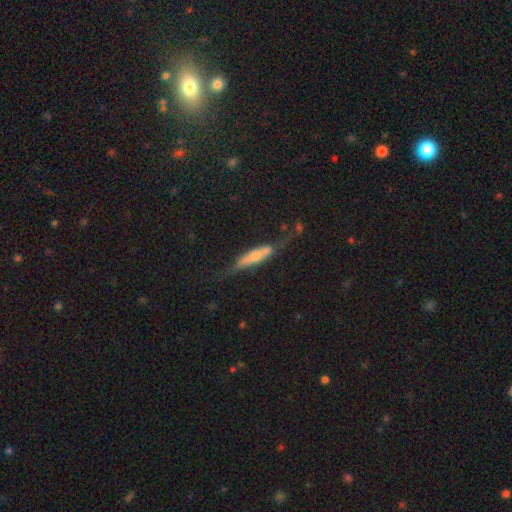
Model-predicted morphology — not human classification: smooth-or-featured: smooth: 48% | featured or disk: 46% | star or artifact: 7%
  merging: none: 51% | minor disturbance: 28% | major disturbance: 15% | merger: 5%